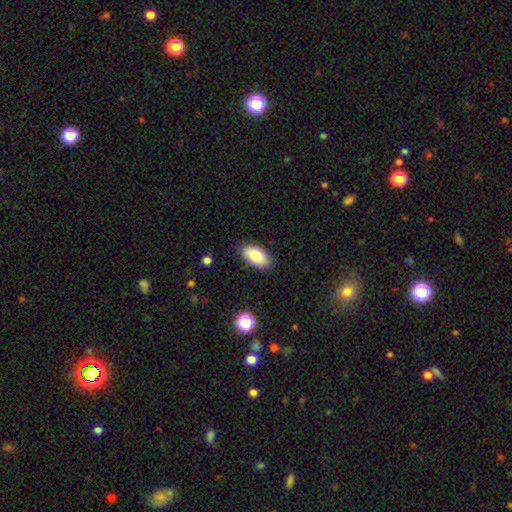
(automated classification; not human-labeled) Smooth or featured: smooth — 85% (featured or disk — 8%)
How rounded: in between — 94% (cigar-shaped — 3%)
Merging: none — 85% (minor disturbance — 12%)